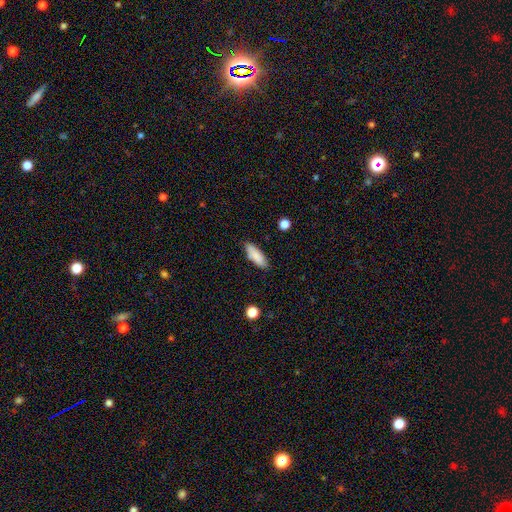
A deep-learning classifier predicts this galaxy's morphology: A smooth galaxy with no disk features (86%) that is in between round and cigar-shaped (65%). Merging: none (81%).